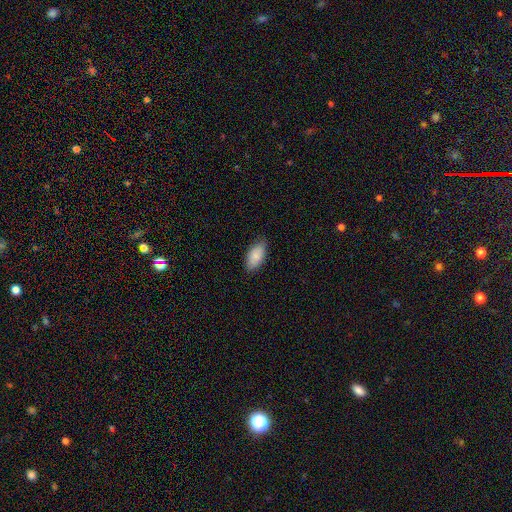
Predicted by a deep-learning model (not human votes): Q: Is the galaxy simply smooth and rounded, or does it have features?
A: smooth — 86%.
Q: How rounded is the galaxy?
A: in between — 93%.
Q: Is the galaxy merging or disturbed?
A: none — 84%.